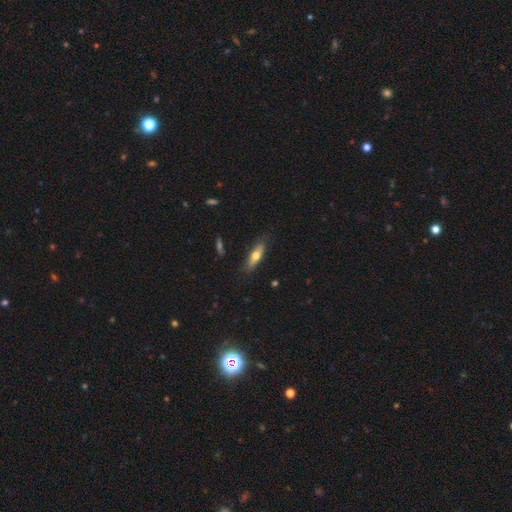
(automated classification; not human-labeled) Q: Smooth or featured?
A: smooth (58%); runner-up: featured or disk (36%)
Q: How rounded?
A: cigar-shaped (58%); runner-up: in between (39%)
Q: Merging?
A: none (82%); runner-up: minor disturbance (14%)